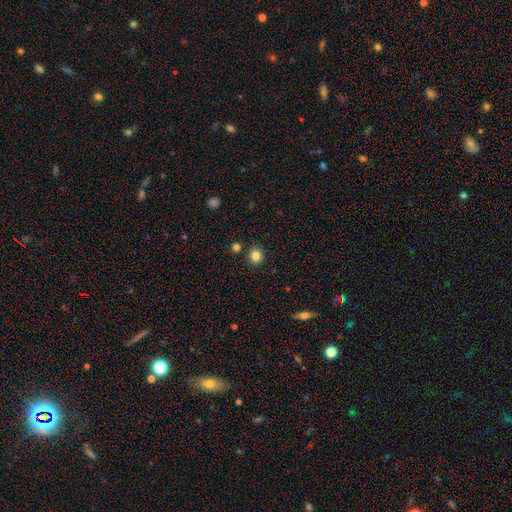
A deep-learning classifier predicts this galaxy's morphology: Q: Smooth or featured?
A: smooth (83%); runner-up: star or artifact (12%)
Q: How rounded?
A: round (81%); runner-up: in between (18%)
Q: Merging?
A: none (88%); runner-up: minor disturbance (7%)